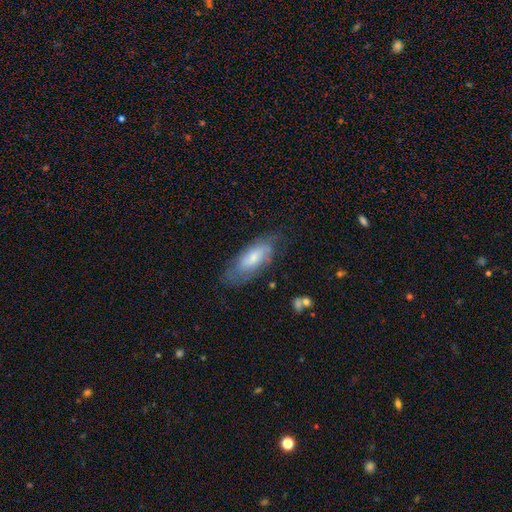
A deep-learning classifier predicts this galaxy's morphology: featured or disk 51%, smooth 39%, star or artifact 10%. Down the decision tree: edge-on disk — no (79%); merging — none (74%).